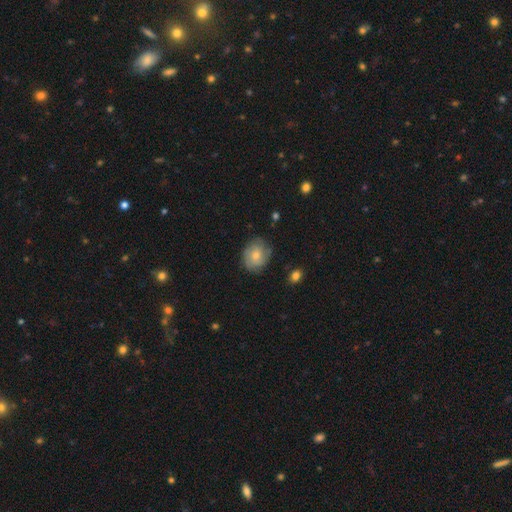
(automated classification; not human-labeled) Smooth or featured? smooth (62%)
How rounded? round (63%)
Merging? none (74%)